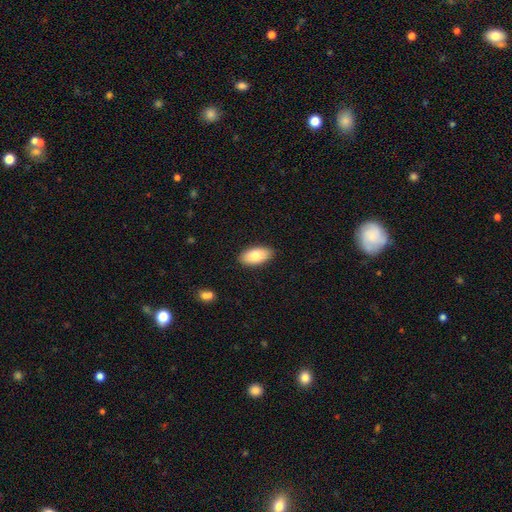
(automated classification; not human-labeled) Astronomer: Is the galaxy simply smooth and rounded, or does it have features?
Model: smooth — 79%.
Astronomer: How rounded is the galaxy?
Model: in between — 93%.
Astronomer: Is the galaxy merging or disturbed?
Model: none — 89%.